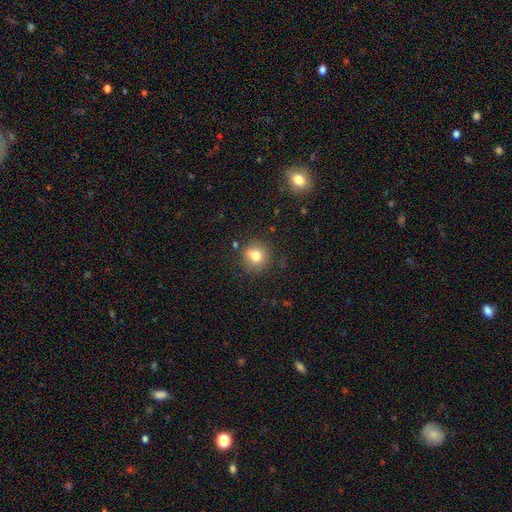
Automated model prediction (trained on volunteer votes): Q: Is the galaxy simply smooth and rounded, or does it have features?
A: smooth — 78%.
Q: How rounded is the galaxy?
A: round — 89%.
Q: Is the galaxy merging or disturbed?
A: none — 79%.